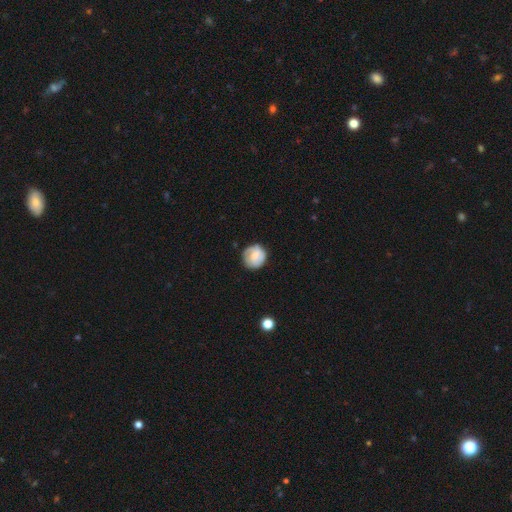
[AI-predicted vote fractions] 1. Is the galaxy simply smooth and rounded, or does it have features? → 57% smooth, 36% featured or disk, 7% star or artifact.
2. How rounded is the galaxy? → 92% round, 7% in between, 1% cigar-shaped.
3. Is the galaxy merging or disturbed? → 77% none, 18% minor disturbance, 4% major disturbance, 1% merger.